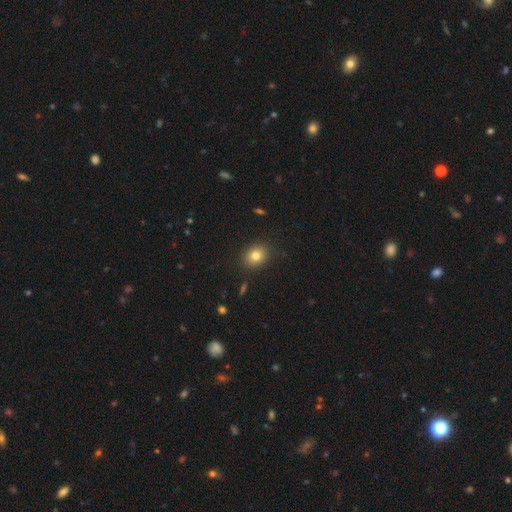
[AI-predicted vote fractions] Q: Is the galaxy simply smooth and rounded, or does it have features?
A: smooth — 79%.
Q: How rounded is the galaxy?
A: round — 54%.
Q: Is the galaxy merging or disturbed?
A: none — 87%.